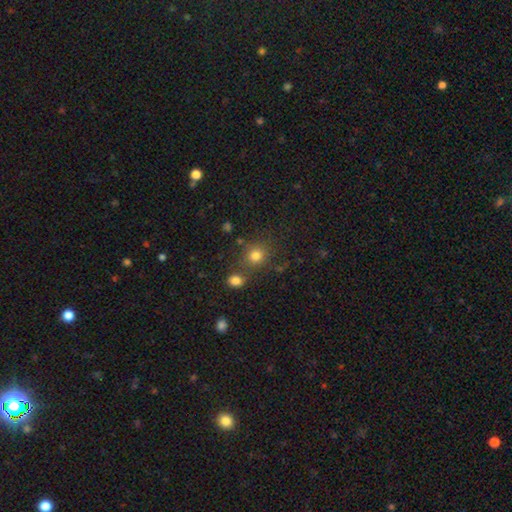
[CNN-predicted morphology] Smooth or featured? Predicted: smooth (p=0.78). How rounded? Predicted: round (p=0.81). Merging? Predicted: none (p=0.69).